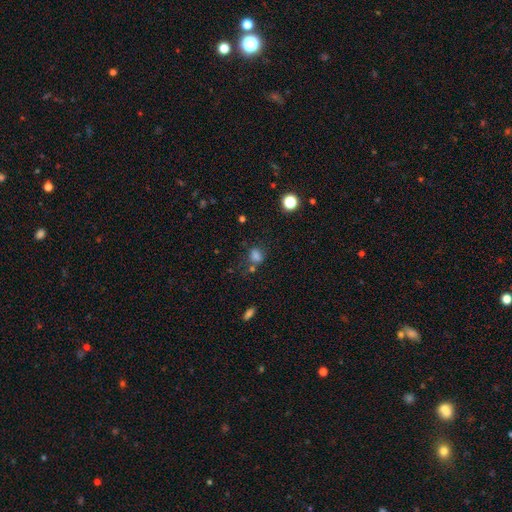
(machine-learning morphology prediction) A smooth galaxy with no disk features (73%) that is in between round and cigar-shaped (54%). Merging: none (52%).